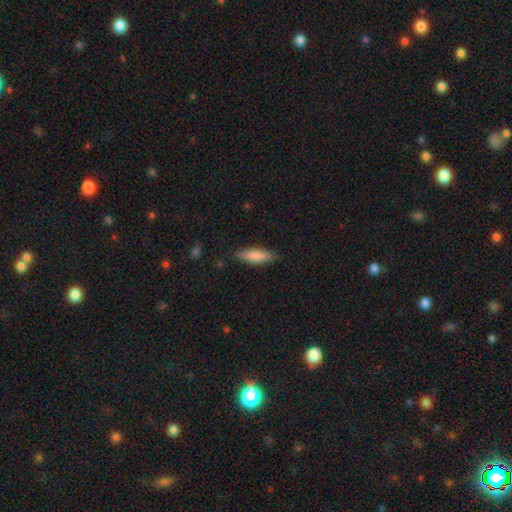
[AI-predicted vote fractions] The model was most divided on "how rounded": cigar-shaped: 54%, in between: 44%, round: 2%. More confident: merging — none (83%); smooth or featured — smooth (80%).